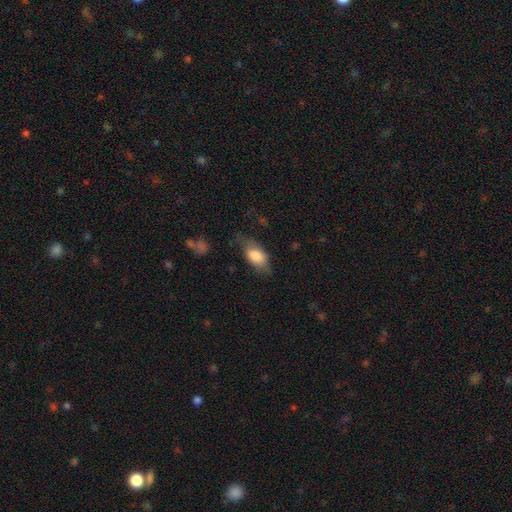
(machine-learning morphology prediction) smooth-or-featured: smooth: 77% | featured or disk: 16% | star or artifact: 7%
  how-rounded: in between: 86% | cigar-shaped: 8% | round: 5%
  merging: none: 55% | minor disturbance: 29% | major disturbance: 14% | merger: 2%